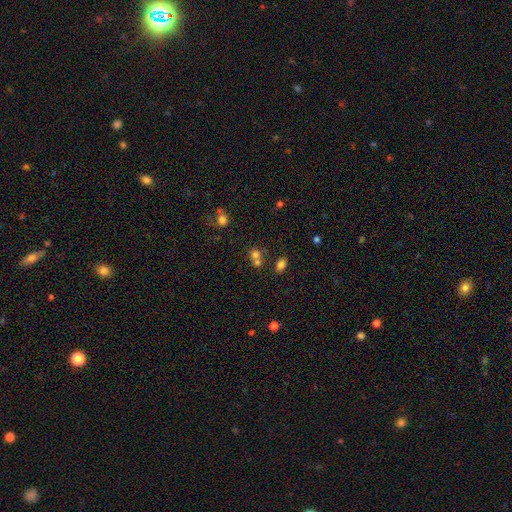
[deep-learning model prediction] A smooth galaxy with no disk features (71%) that is round (63%). Merging: none (45%).